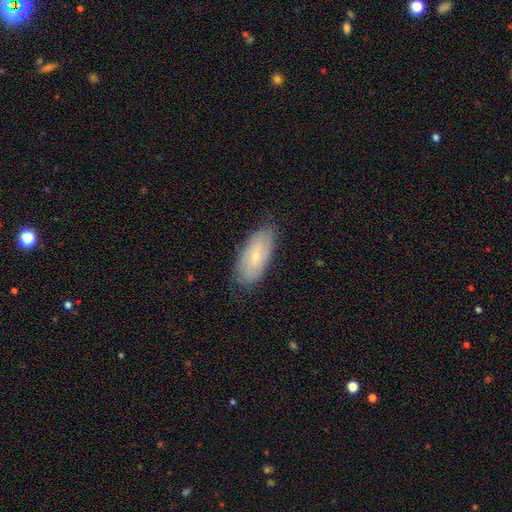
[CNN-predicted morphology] type=smooth (58%); roundness=in between (87%); merging=none (79%).